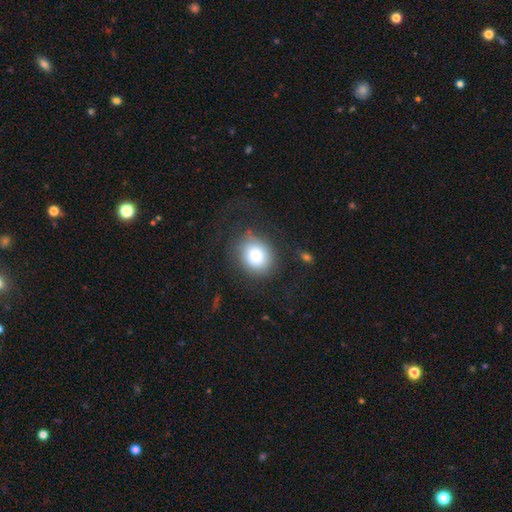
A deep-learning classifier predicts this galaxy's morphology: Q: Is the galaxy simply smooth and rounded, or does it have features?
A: smooth — 80%.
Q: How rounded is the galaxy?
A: round — 61%.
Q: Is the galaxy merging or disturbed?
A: none — 72%.